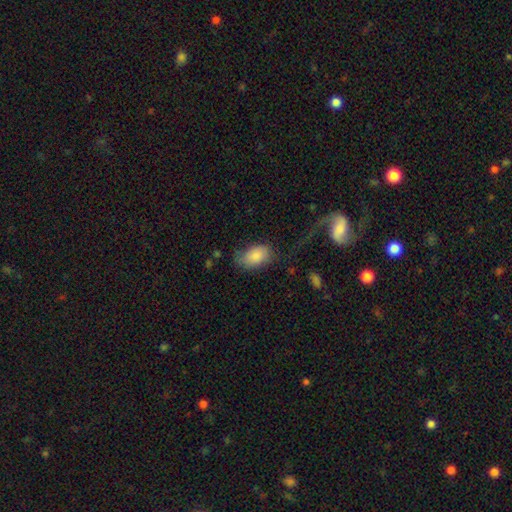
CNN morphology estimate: This appears to be a smooth galaxy with no disk features (84%) that is in between round and cigar-shaped (92%). Merging: none (59%).